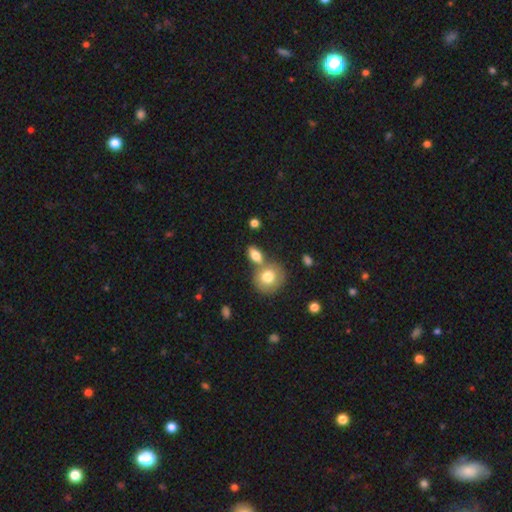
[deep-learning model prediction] smooth_or_featured: smooth (p=0.78) [alt: featured or disk p=0.15]
how_rounded: in between (p=0.74) [alt: round p=0.20]
merging: none (p=0.50) [alt: merger p=0.35]